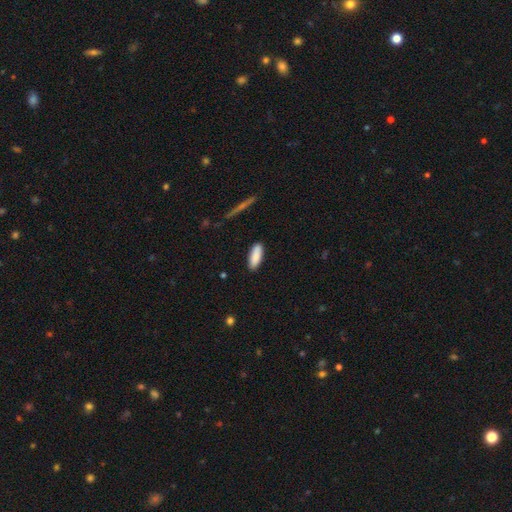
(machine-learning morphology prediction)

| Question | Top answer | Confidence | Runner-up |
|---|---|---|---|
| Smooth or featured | smooth | 89% | star or artifact (6%) |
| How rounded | in between | 69% | cigar-shaped (29%) |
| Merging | none | 88% | minor disturbance (9%) |